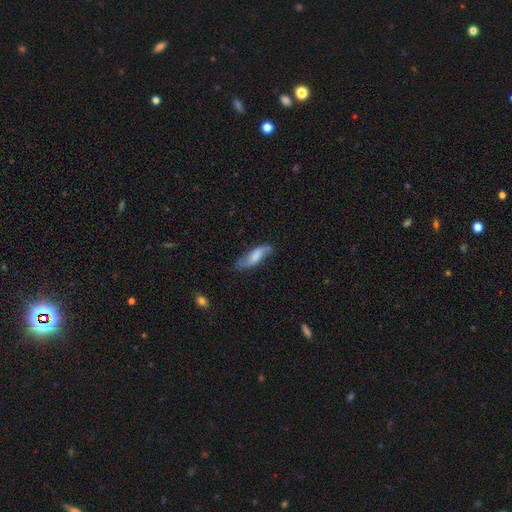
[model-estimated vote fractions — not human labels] smooth 53%, featured or disk 40%, star or artifact 7%. Down the decision tree: how rounded — in between (53%); merging — none (58%).